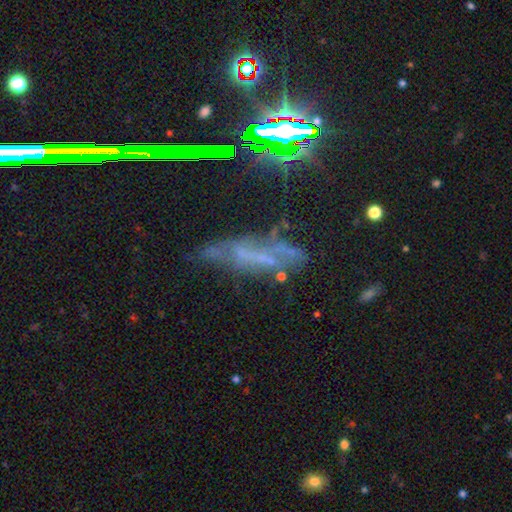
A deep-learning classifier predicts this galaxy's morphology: Smooth or featured? featured or disk (46%)
Merging? none (54%)